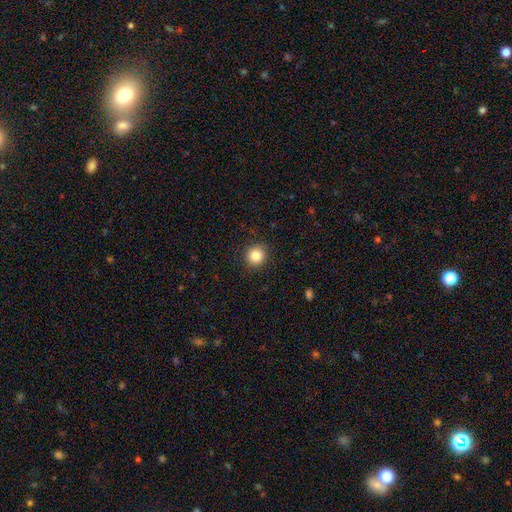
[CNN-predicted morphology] Smooth or featured? Predicted: smooth (p=0.85). How rounded? Predicted: round (p=0.93). Merging? Predicted: none (p=0.91).